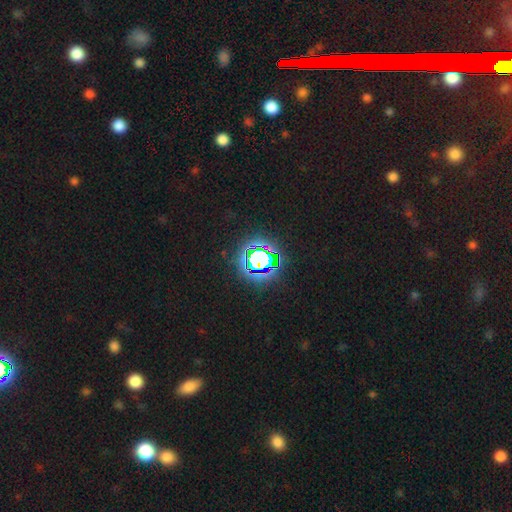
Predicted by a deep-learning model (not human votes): A star or artifact, not a galaxy (78%).